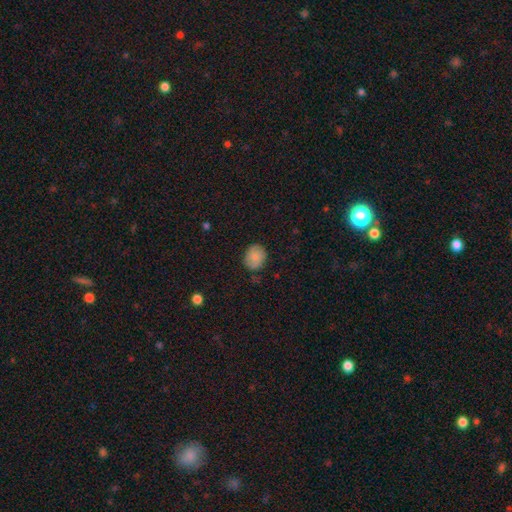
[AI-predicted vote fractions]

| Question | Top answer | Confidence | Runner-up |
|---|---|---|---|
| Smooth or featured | smooth | 83% | featured or disk (9%) |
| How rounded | round | 59% | in between (40%) |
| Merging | none | 75% | minor disturbance (19%) |